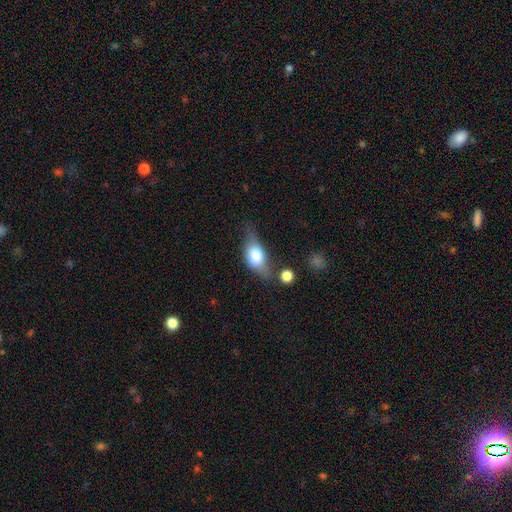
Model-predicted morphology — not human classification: Smooth or featured?
  - smooth: 58% *
  - featured or disk: 34%
  - star or artifact: 8%
How rounded?
  - in between: 76% *
  - round: 14%
  - cigar-shaped: 10%
Merging?
  - none: 46% *
  - minor disturbance: 30%
  - major disturbance: 15%
  - merger: 9%